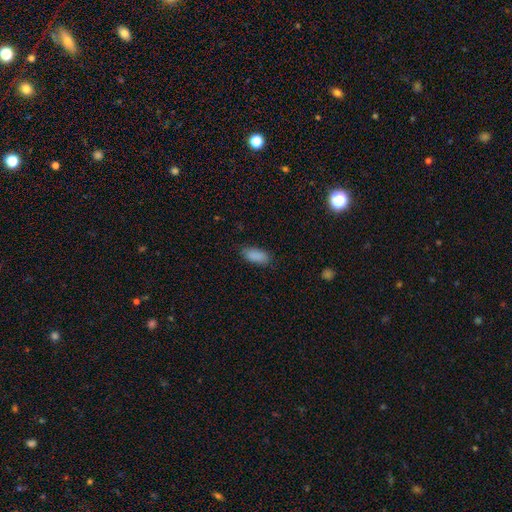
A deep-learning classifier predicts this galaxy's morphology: smooth-or-featured: smooth: 89% | star or artifact: 7% | featured or disk: 4%
  how-rounded: in between: 87% | cigar-shaped: 11% | round: 2%
  merging: none: 82% | minor disturbance: 14% | major disturbance: 3% | merger: 1%